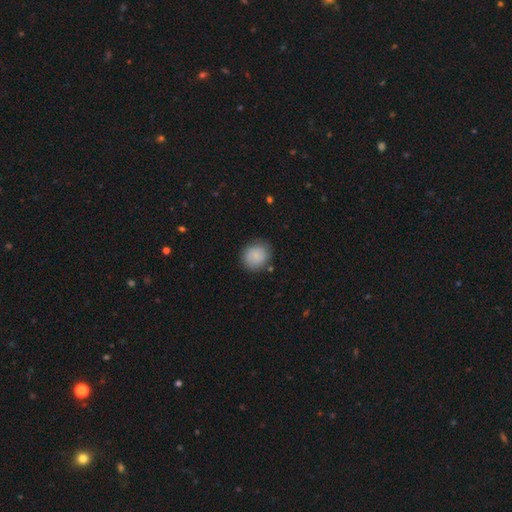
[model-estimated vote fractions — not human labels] Overall: smooth (83%). How rounded: round (83%). Merging: none (81%).